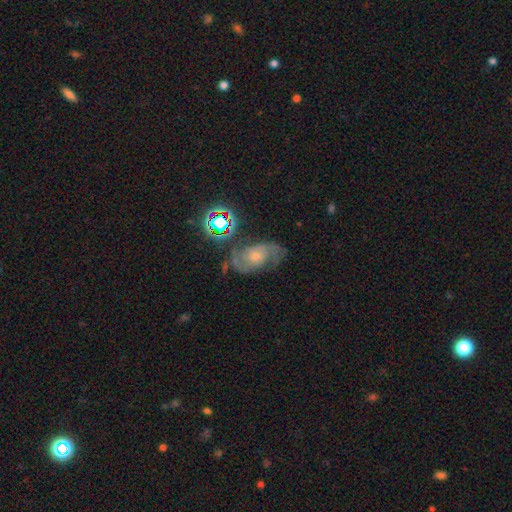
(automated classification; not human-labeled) A featured or disk galaxy (73%) with no bar (69%), 2 (70%) medium (46%) spiral arms (94%) and a small central bulge (50%).

Vote fractions:
- Smooth or featured? featured or disk: 73% / star or artifact: 16% / smooth: 12%
- Edge-on disk? no: 96% / yes: 4%
- Bar? no: 69% / weak: 25% / strong: 6%
- Spiral arms? yes: 94% / no: 6%
- Spiral winding? medium: 46% / tight: 39% / loose: 15%
- Spiral arm count? 2: 70% / can't tell: 15% / 3: 7% / 1: 3% / 4: 3% / more than 4: 2%
- Bulge size? small: 50% / moderate: 42% / large: 3% / none: 3% / dominant: 1%
- Merging? none: 68% / minor disturbance: 19% / major disturbance: 10% / merger: 4%